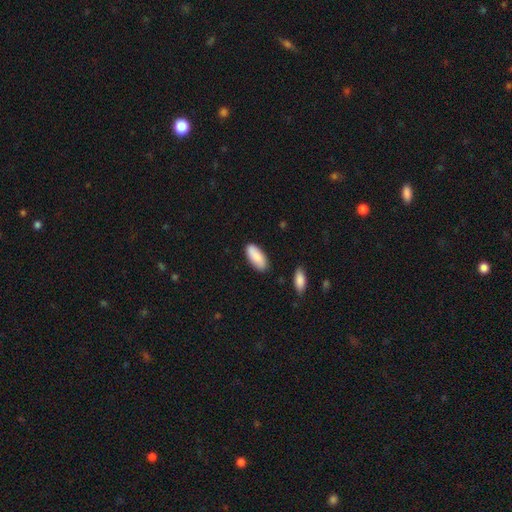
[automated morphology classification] A smooth galaxy with no disk features (88%) that is in between round and cigar-shaped (86%). Merging: none (82%).